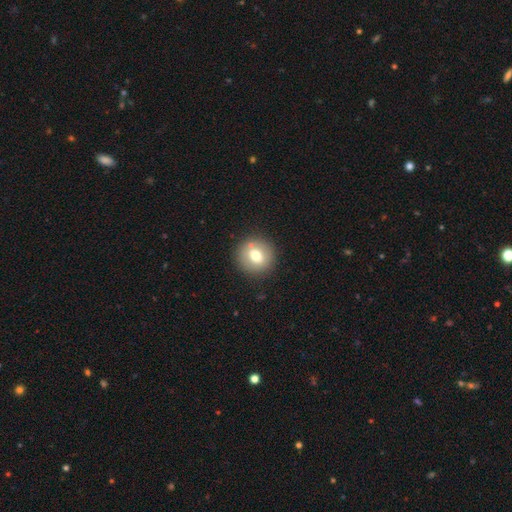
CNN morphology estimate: A smooth galaxy with no disk features (70%) that is round (90%).

Vote fractions:
- Smooth or featured? smooth: 70% / featured or disk: 21% / star or artifact: 9%
- How rounded? round: 90% / in between: 9% / cigar-shaped: 1%
- Merging? none: 84% / minor disturbance: 9% / merger: 4% / major disturbance: 3%